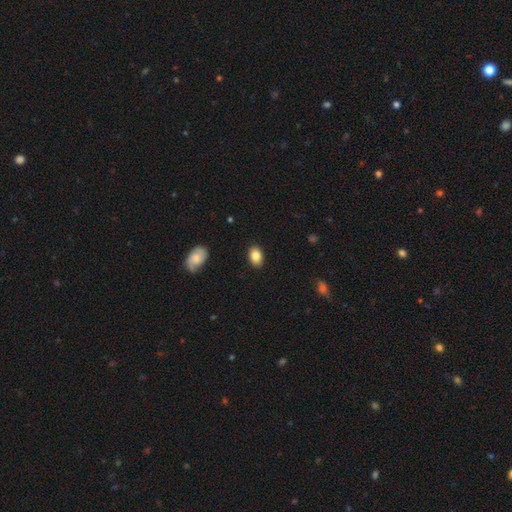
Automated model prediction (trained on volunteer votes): This appears to be a smooth galaxy with no disk features (83%) that is in between round and cigar-shaped (87%). Merging: none (88%).